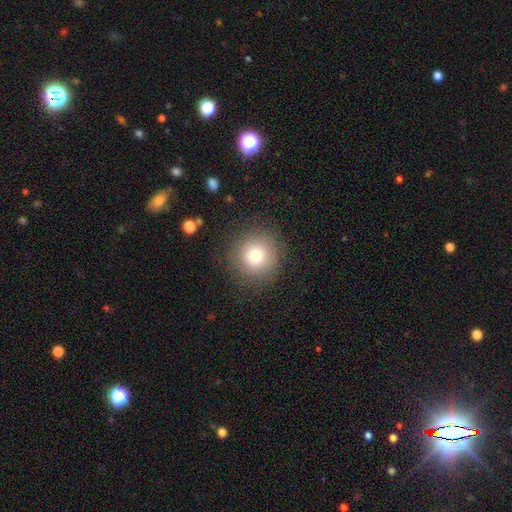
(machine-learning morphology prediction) This appears to be a smooth galaxy with no disk features (77%) that is round (93%). Merging: none (86%).